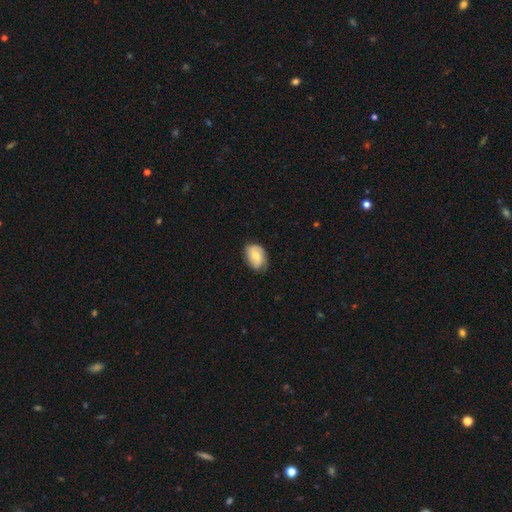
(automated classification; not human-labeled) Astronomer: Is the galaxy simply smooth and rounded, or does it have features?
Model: smooth — 61%.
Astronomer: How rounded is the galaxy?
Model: in between — 80%.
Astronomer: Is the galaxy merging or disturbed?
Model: none — 68%.